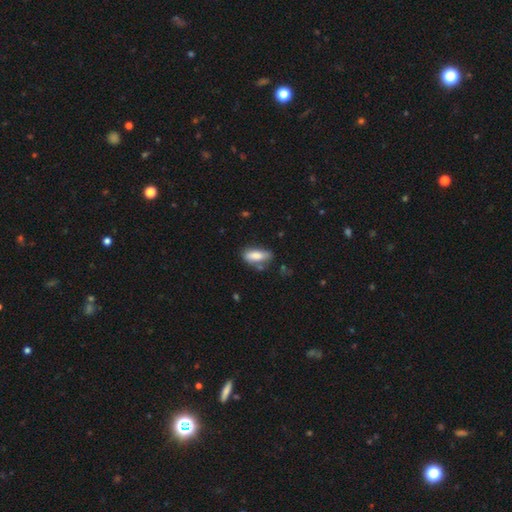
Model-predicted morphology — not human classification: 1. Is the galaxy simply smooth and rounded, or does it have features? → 81% smooth, 12% featured or disk, 7% star or artifact.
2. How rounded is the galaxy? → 77% in between, 20% cigar-shaped, 3% round.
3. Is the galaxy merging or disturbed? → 58% none, 27% minor disturbance, 9% major disturbance, 7% merger.